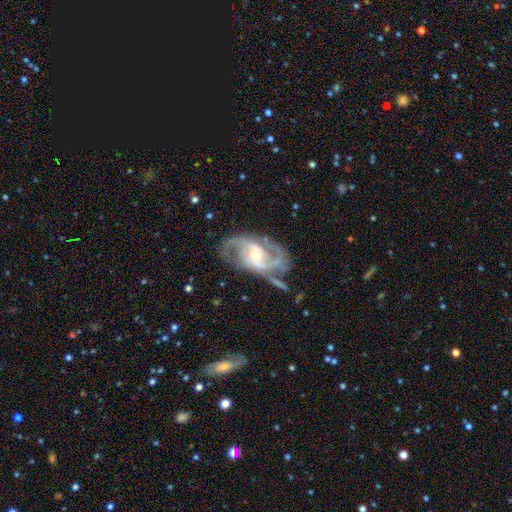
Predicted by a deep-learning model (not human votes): Smooth or featured?
  - featured or disk: 92% *
  - star or artifact: 5%
  - smooth: 4%
Edge-on disk?
  - no: 97% *
  - yes: 3%
Bar?
  - no: 43% *
  - weak: 40%
  - strong: 18%
Spiral arms?
  - yes: 98% *
  - no: 2%
Spiral winding?
  - medium: 54% *
  - tight: 31%
  - loose: 15%
Spiral arm count?
  - 2: 66% *
  - 3: 19%
  - can't tell: 6%
  - 4: 3%
  - 1: 3%
  - more than 4: 3%
Bulge size?
  - moderate: 59% *
  - small: 36%
  - large: 3%
  - none: 1%
  - dominant: 1%
Merging?
  - none: 65% *
  - minor disturbance: 20%
  - major disturbance: 11%
  - merger: 4%